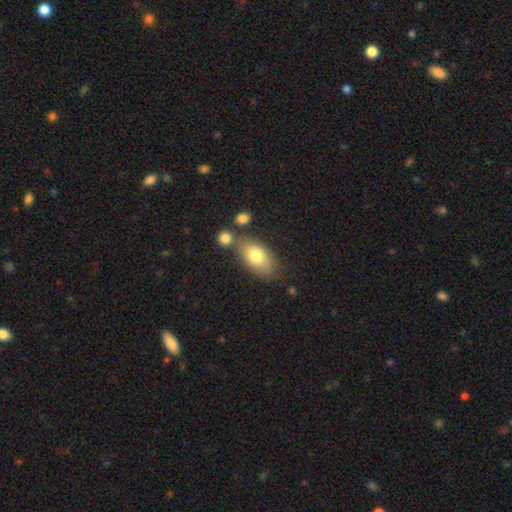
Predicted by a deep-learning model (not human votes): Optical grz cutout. It shows a smooth galaxy with no disk features (76%) that is in between round and cigar-shaped (89%). Merging: none (61%).